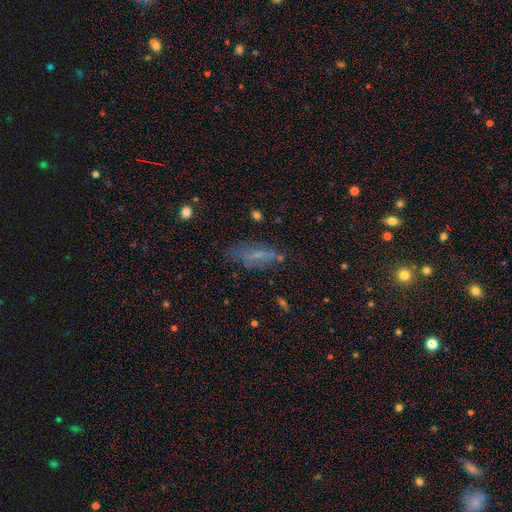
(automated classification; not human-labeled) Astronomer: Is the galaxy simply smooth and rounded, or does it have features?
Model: smooth — 51% (runner-up: featured or disk, 32%).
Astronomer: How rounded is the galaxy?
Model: in between — 65%.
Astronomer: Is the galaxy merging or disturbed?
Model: none — 57%.